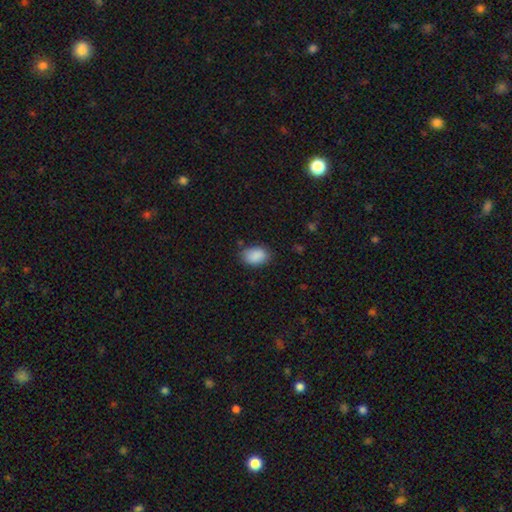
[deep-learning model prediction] smooth_or_featured: smooth (p=0.89) [alt: star or artifact p=0.07]
how_rounded: in between (p=0.85) [alt: round p=0.13]
merging: none (p=0.79) [alt: minor disturbance p=0.16]